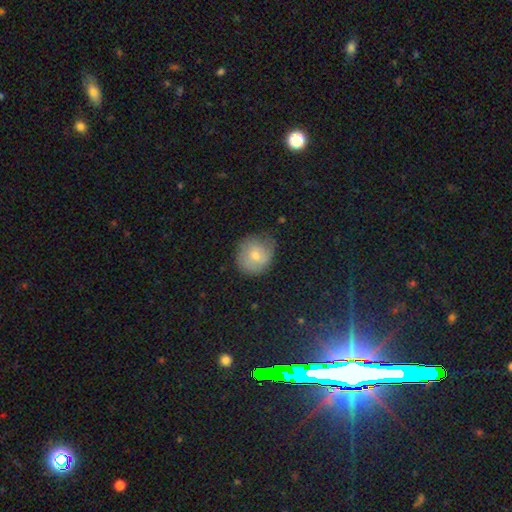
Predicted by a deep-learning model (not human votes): This is likely a smooth galaxy (69%). How rounded: clearly round (83%). Merging: likely none (63%).